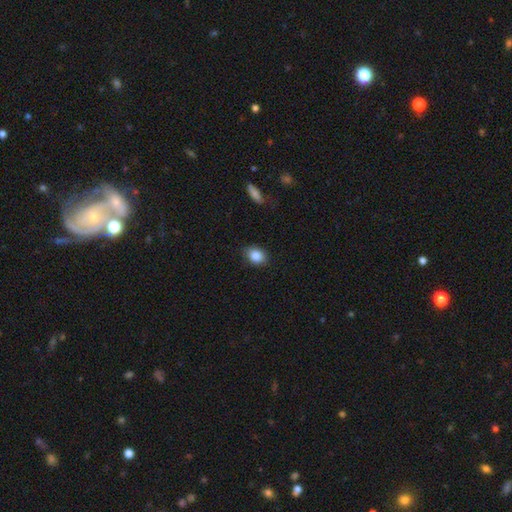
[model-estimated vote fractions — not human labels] smooth_or_featured: smooth (p=0.87) [alt: star or artifact p=0.08]
how_rounded: in between (p=0.65) [alt: round p=0.34]
merging: none (p=0.84) [alt: minor disturbance p=0.12]